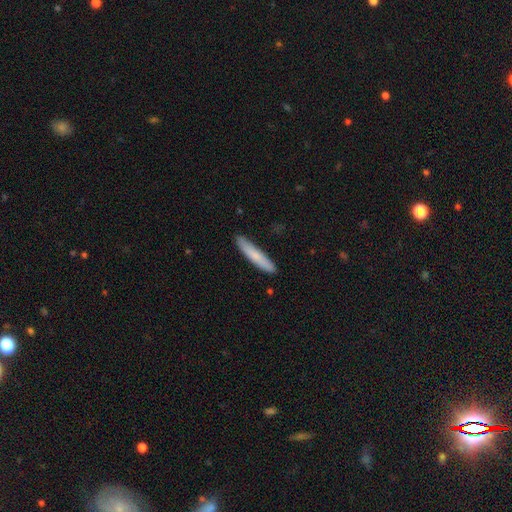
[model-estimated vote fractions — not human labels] Smooth or featured? Predicted: smooth (p=0.74). How rounded? Predicted: cigar-shaped (p=0.91). Merging? Predicted: none (p=0.88).